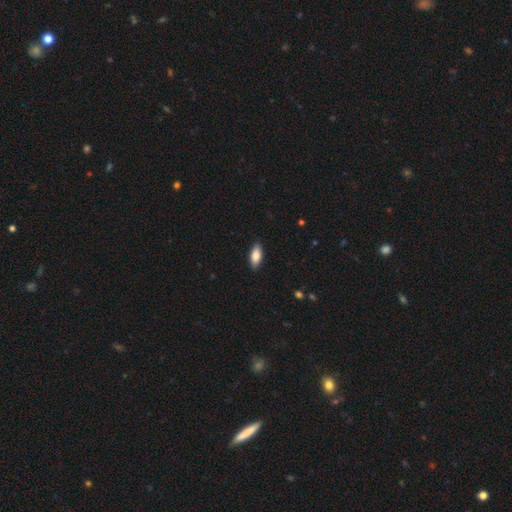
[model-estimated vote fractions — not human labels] The model was most divided on "smooth or featured": smooth: 80%, featured or disk: 14%, star or artifact: 6%. More confident: merging — none (89%); how rounded — in between (83%).